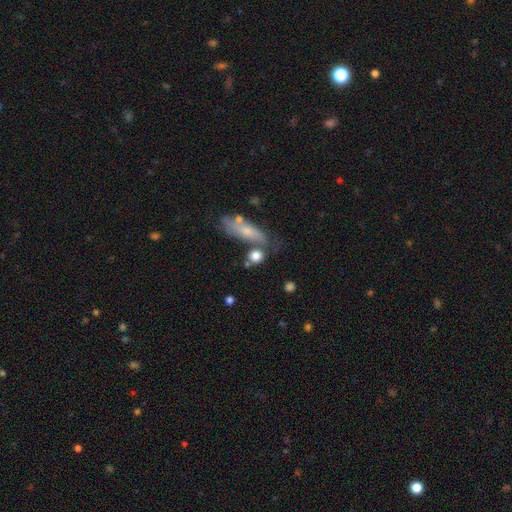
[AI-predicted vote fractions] smooth 79%, featured or disk 12%, star or artifact 9%. Down the decision tree: how rounded — round (62%); merging — none (54%).